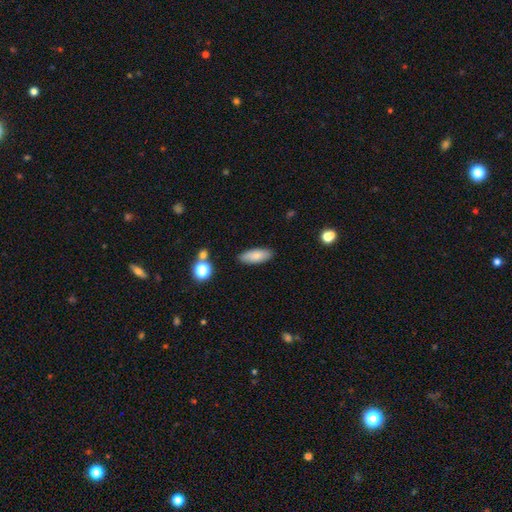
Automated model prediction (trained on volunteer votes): A smooth galaxy with no disk features (82%) that is in between round and cigar-shaped (74%).

Vote fractions:
- Smooth or featured? smooth: 82% / featured or disk: 11% / star or artifact: 7%
- How rounded? in between: 74% / cigar-shaped: 23% / round: 2%
- Merging? none: 86% / minor disturbance: 10% / major disturbance: 2% / merger: 2%